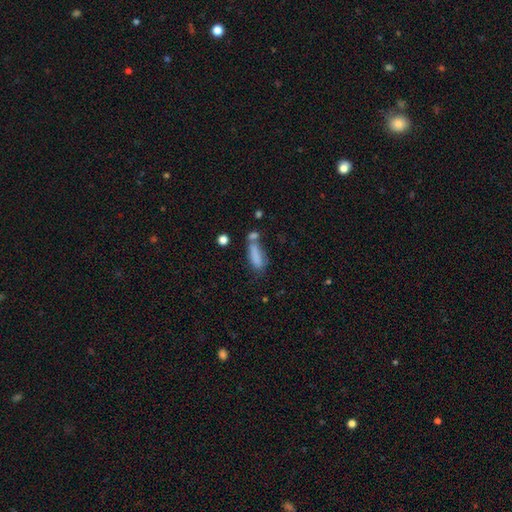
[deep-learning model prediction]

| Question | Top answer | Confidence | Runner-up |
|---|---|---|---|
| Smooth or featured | smooth | 78% | featured or disk (12%) |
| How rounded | in between | 56% | cigar-shaped (41%) |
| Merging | none | 40% | merger (27%) |